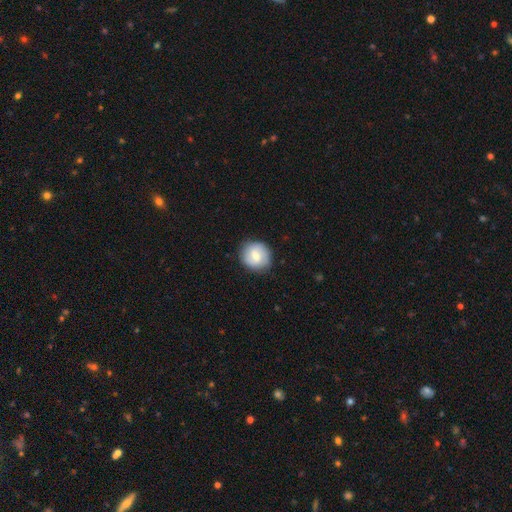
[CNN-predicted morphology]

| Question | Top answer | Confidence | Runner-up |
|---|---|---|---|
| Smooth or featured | smooth | 49% | featured or disk (45%) |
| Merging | none | 85% | minor disturbance (11%) |